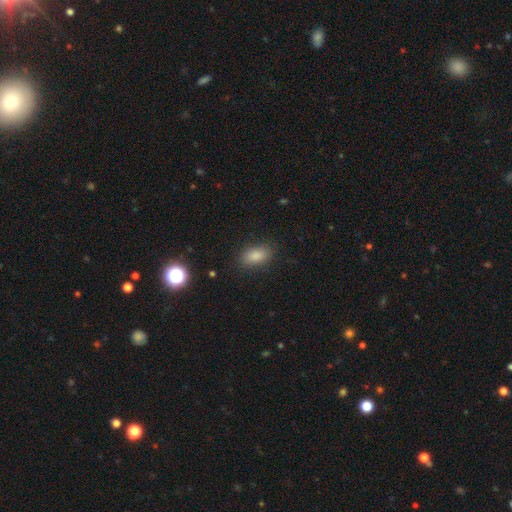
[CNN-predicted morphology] type=smooth (85%); roundness=in between (89%); merging=none (85%).